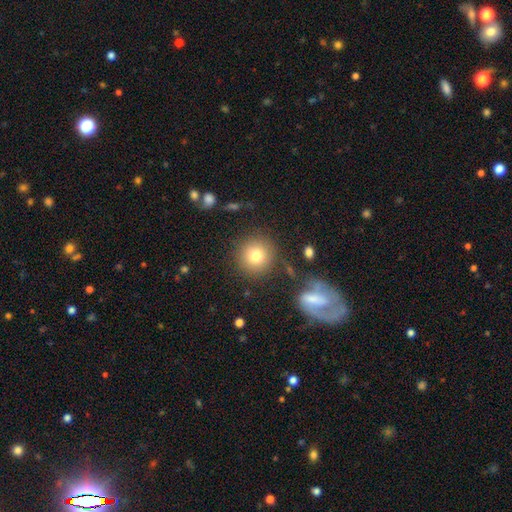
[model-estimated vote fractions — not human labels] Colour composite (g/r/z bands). It shows a smooth galaxy with no disk features (78%) that is round (94%). Merging: none (85%).